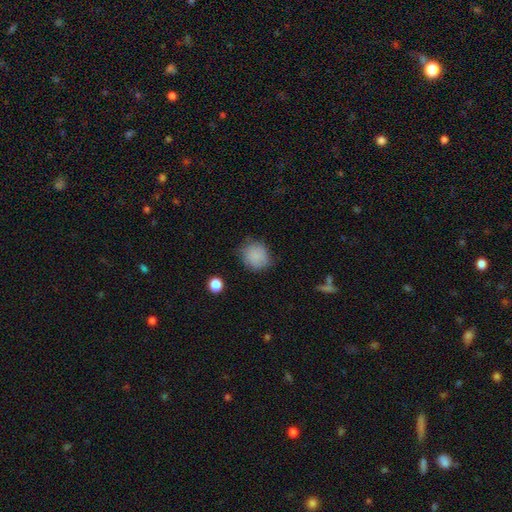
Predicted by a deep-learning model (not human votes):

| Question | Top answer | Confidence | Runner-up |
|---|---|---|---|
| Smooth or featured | smooth | 83% | star or artifact (9%) |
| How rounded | round | 82% | in between (17%) |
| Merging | none | 70% | minor disturbance (22%) |